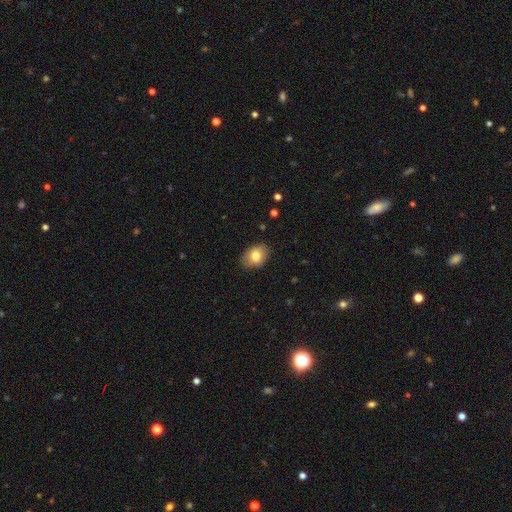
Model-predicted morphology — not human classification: The model was most divided on "how rounded": in between: 73%, round: 26%, cigar-shaped: 1%. More confident: merging — none (84%); smooth or featured — smooth (79%).